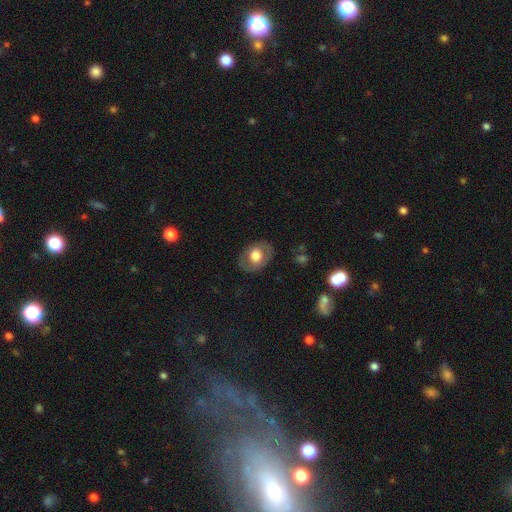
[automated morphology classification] Smooth or featured? Predicted: smooth (p=0.57). How rounded? Predicted: in between (p=0.62). Merging? Predicted: none (p=0.80).